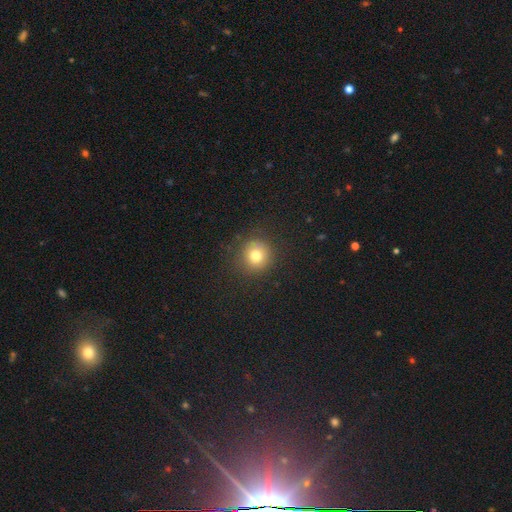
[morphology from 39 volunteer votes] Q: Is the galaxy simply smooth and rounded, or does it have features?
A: smooth — 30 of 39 (77%).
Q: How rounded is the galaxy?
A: round — 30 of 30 (100%).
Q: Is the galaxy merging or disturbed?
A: none — 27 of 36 (75%).